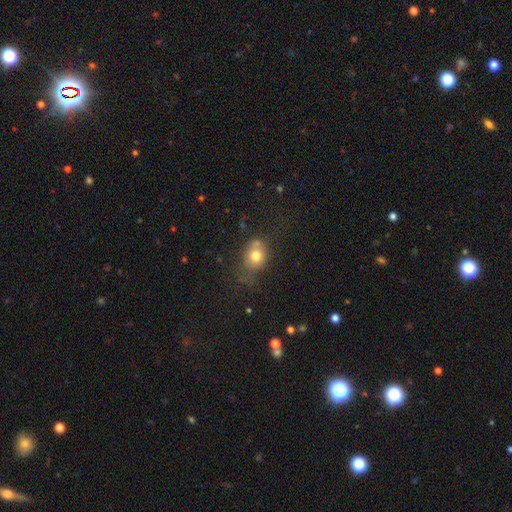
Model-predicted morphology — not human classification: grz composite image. It shows a smooth galaxy with no disk features (74%) that is round (60%). Merging: none (47%).